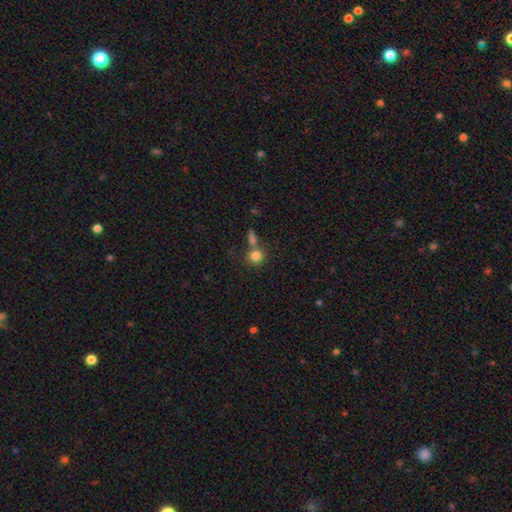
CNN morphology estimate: smooth 82%, star or artifact 11%, featured or disk 8%. Down the decision tree: how rounded — round (85%); merging — none (55%).